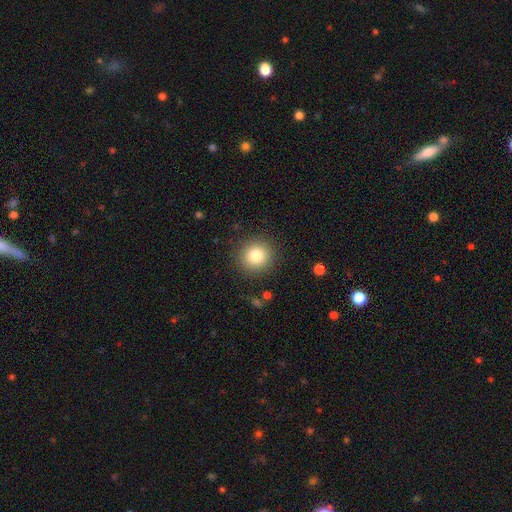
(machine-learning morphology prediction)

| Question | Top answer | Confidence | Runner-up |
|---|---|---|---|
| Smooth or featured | smooth | 80% | star or artifact (11%) |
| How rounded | round | 93% | in between (6%) |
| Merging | none | 89% | minor disturbance (7%) |